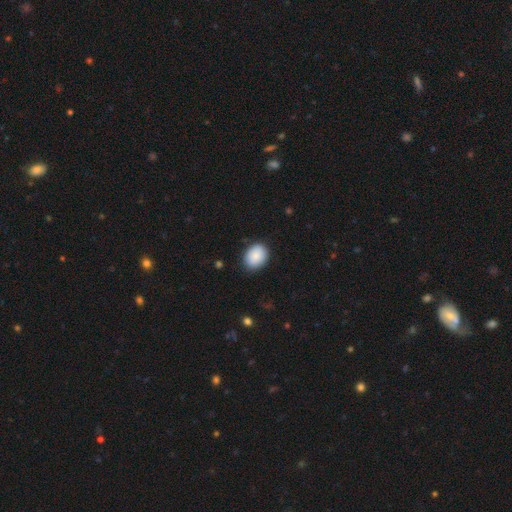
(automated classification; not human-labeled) smooth_or_featured: smooth (p=0.87) [alt: star or artifact p=0.07]
how_rounded: in between (p=0.59) [alt: round p=0.40]
merging: none (p=0.84) [alt: minor disturbance p=0.12]